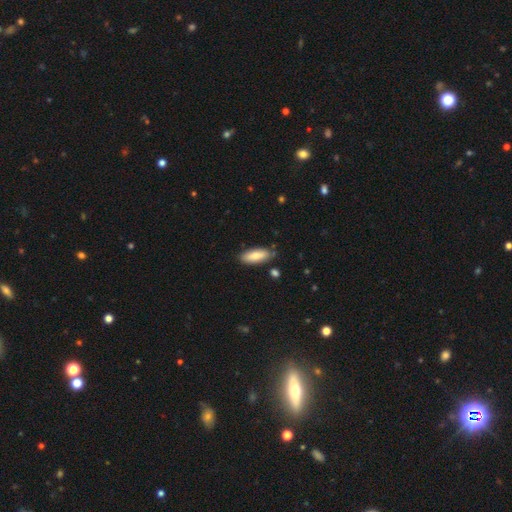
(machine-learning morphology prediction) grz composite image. It shows a smooth galaxy with no disk features (78%) that is in between round and cigar-shaped (72%). Merging: none (81%).